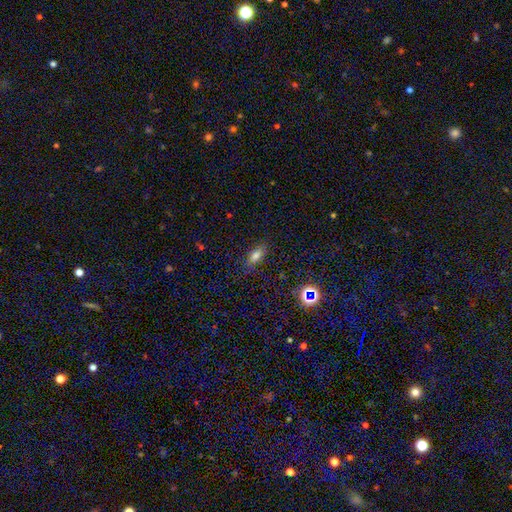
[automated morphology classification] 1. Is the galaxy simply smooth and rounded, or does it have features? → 72% smooth, 16% star or artifact, 11% featured or disk.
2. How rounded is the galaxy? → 76% in between, 18% cigar-shaped, 6% round.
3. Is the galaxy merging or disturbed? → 81% none, 13% minor disturbance, 4% major disturbance, 2% merger.